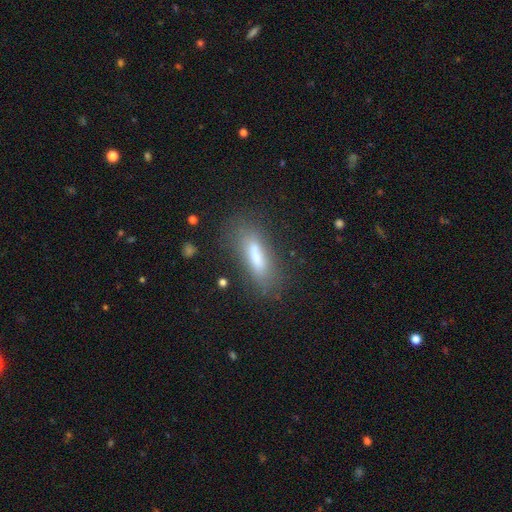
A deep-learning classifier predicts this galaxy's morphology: Smooth or featured? smooth (65%)
How rounded? cigar-shaped (55%)
Merging? none (80%)